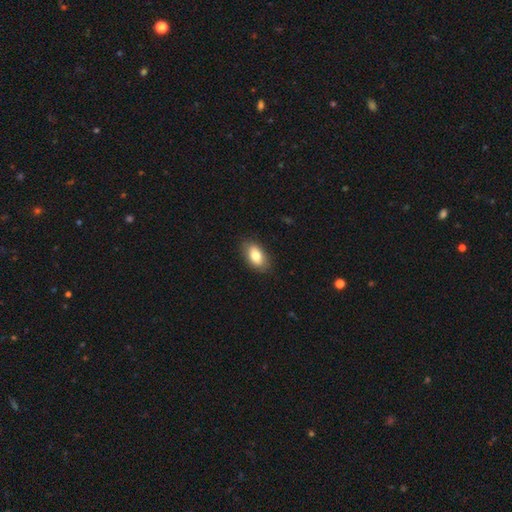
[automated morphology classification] Smooth or featured: smooth — 79% (featured or disk — 14%)
How rounded: in between — 91% (round — 5%)
Merging: none — 85% (minor disturbance — 11%)